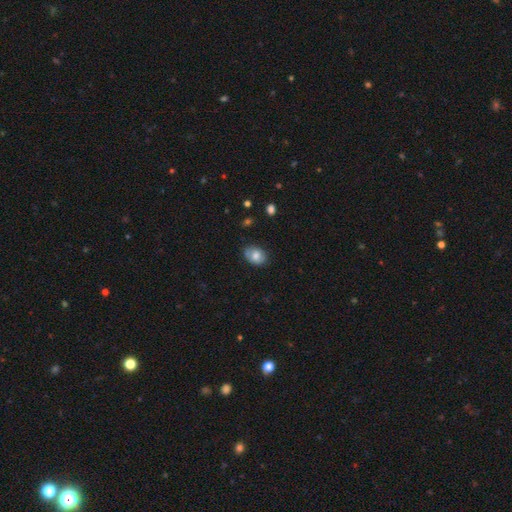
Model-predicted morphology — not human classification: This appears to be a smooth galaxy with no disk features (71%) that is in between round and cigar-shaped (66%). Merging: none (73%).